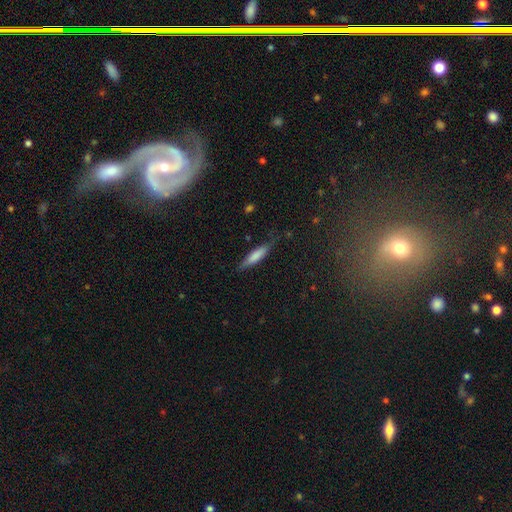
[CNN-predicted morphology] The model was most divided on "smooth or featured": smooth: 73%, featured or disk: 21%, star or artifact: 6%. More confident: how rounded — cigar-shaped (79%); merging — none (72%).